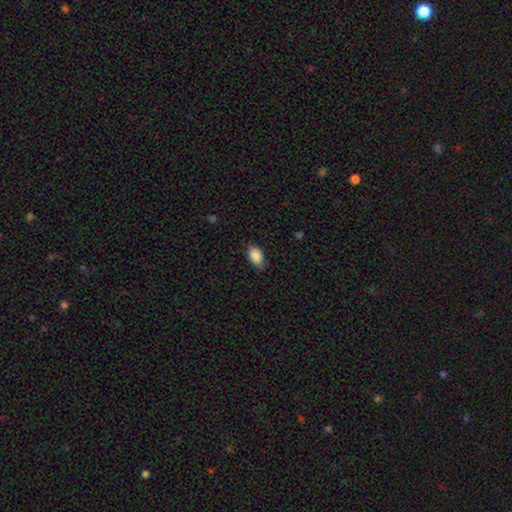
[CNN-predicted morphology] Q: Smooth or featured?
A: smooth (88%); runner-up: star or artifact (7%)
Q: How rounded?
A: in between (92%); runner-up: round (6%)
Q: Merging?
A: none (76%); runner-up: minor disturbance (20%)